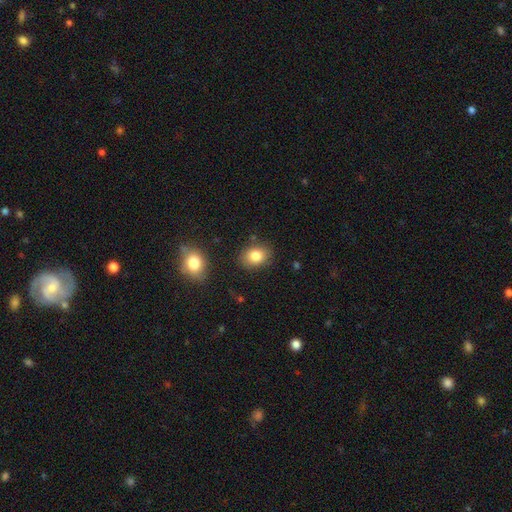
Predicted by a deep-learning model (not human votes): Smooth or featured?
  - smooth: 83% *
  - star or artifact: 9%
  - featured or disk: 8%
How rounded?
  - in between: 57% *
  - round: 42%
  - cigar-shaped: 1%
Merging?
  - none: 84% *
  - minor disturbance: 11%
  - major disturbance: 3%
  - merger: 3%